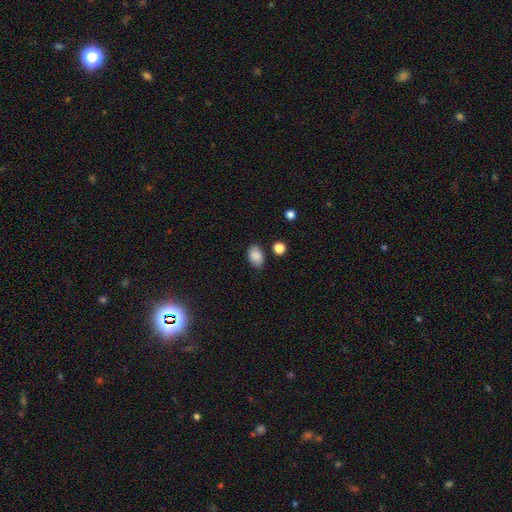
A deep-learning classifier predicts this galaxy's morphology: smooth_or_featured: smooth (p=0.88) [alt: star or artifact p=0.08]
how_rounded: in between (p=0.87) [alt: round p=0.11]
merging: none (p=0.81) [alt: minor disturbance p=0.13]